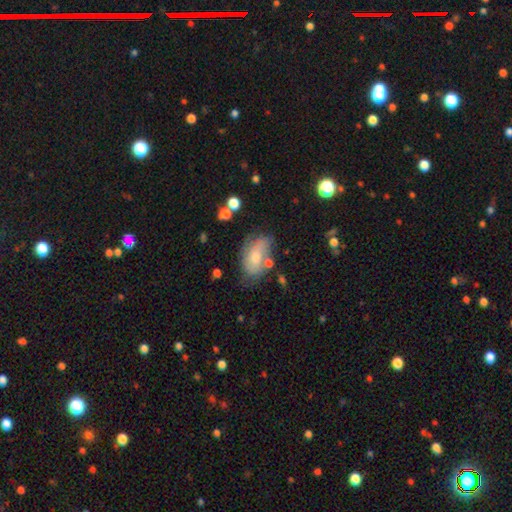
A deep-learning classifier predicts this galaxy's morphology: Smooth or featured?
  - smooth: 50% *
  - featured or disk: 40%
  - star or artifact: 10%
Merging?
  - none: 53% *
  - minor disturbance: 27%
  - major disturbance: 11%
  - merger: 10%